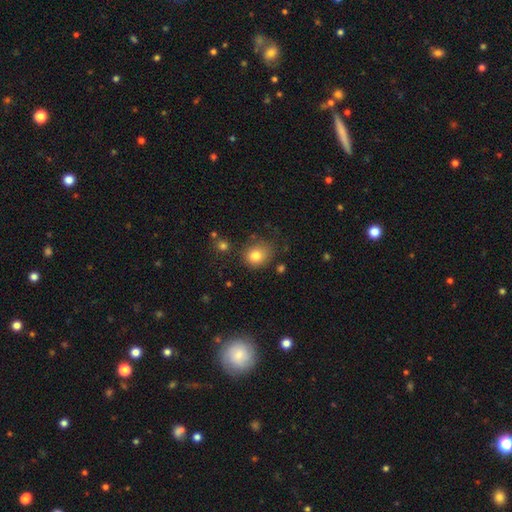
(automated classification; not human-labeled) This appears to be a smooth galaxy with no disk features (81%) that is round (70%). Merging: none (68%).